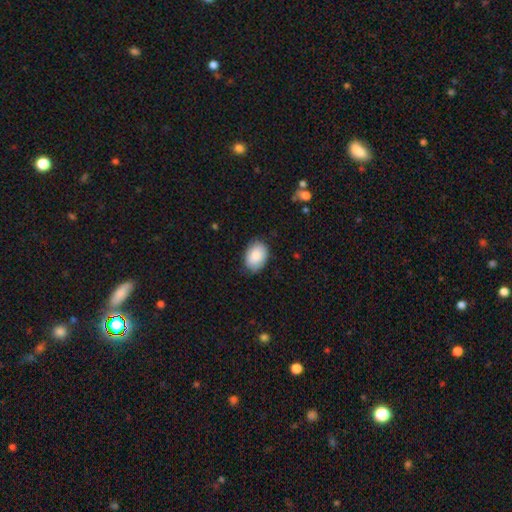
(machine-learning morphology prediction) Smooth or featured? Predicted: smooth (p=0.88). How rounded? Predicted: in between (p=0.82). Merging? Predicted: none (p=0.80).